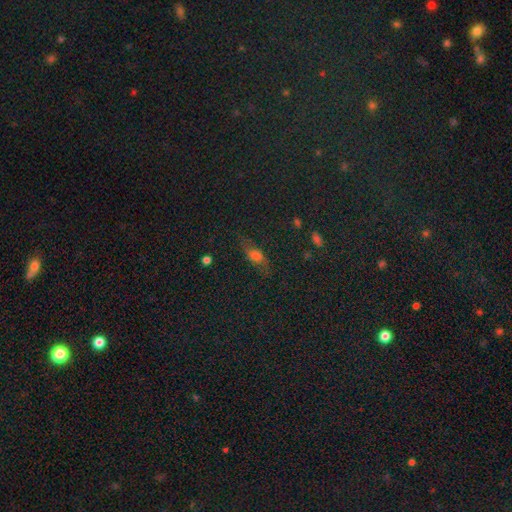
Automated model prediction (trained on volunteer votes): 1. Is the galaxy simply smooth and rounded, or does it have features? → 55% smooth, 26% featured or disk, 19% star or artifact.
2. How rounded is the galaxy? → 63% in between, 27% cigar-shaped, 10% round.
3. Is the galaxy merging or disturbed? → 73% none, 18% minor disturbance, 7% major disturbance, 2% merger.